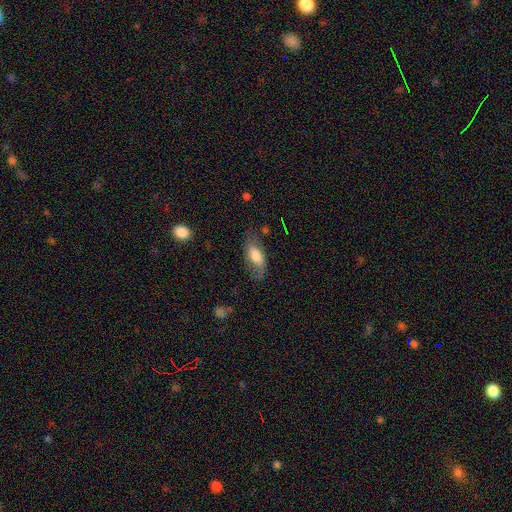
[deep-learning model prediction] smooth-or-featured: smooth: 64% | featured or disk: 28% | star or artifact: 7%
  how-rounded: in between: 85% | cigar-shaped: 11% | round: 3%
  merging: none: 61% | minor disturbance: 25% | major disturbance: 12% | merger: 2%